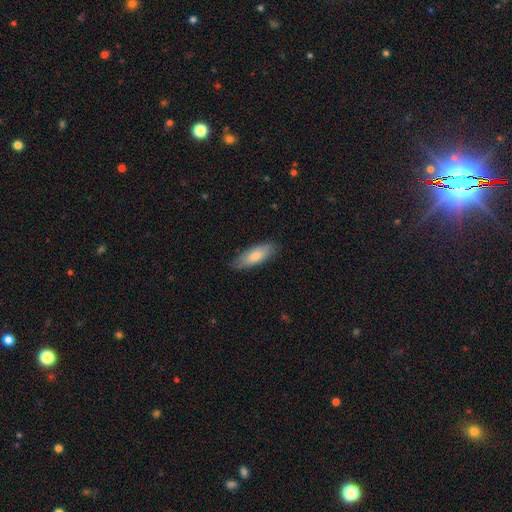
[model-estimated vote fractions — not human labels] Q: Smooth or featured?
A: smooth (78%); runner-up: featured or disk (17%)
Q: How rounded?
A: in between (66%); runner-up: cigar-shaped (32%)
Q: Merging?
A: none (82%); runner-up: minor disturbance (14%)